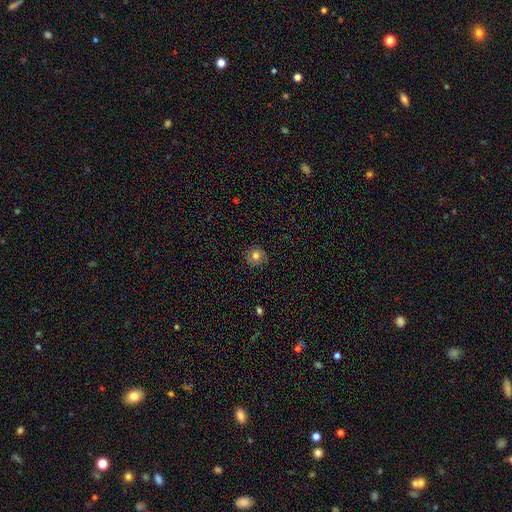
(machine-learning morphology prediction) Smooth or featured? smooth (78%)
How rounded? round (89%)
Merging? none (86%)